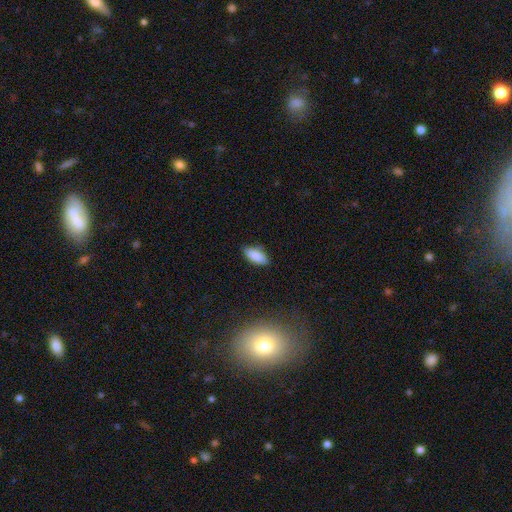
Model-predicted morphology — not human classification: Smooth or featured?
  - smooth: 88% *
  - star or artifact: 7%
  - featured or disk: 5%
How rounded?
  - in between: 83% *
  - cigar-shaped: 15%
  - round: 2%
Merging?
  - none: 83% *
  - minor disturbance: 13%
  - major disturbance: 3%
  - merger: 1%